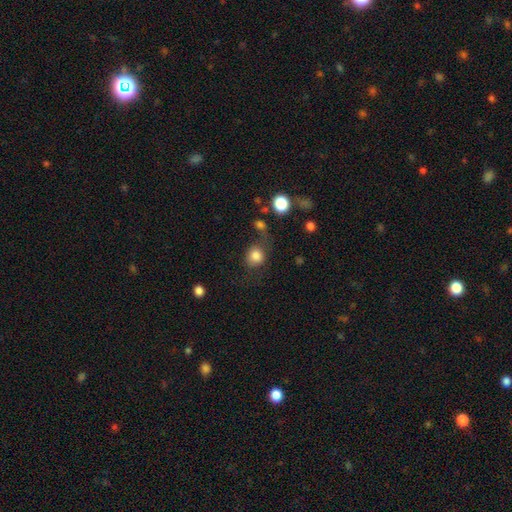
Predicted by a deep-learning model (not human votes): A smooth galaxy with no disk features (82%) that is round (77%).

Vote fractions:
- Smooth or featured? smooth: 82% / star or artifact: 11% / featured or disk: 7%
- How rounded? round: 77% / in between: 22% / cigar-shaped: 1%
- Merging? none: 61% / minor disturbance: 19% / major disturbance: 11% / merger: 9%